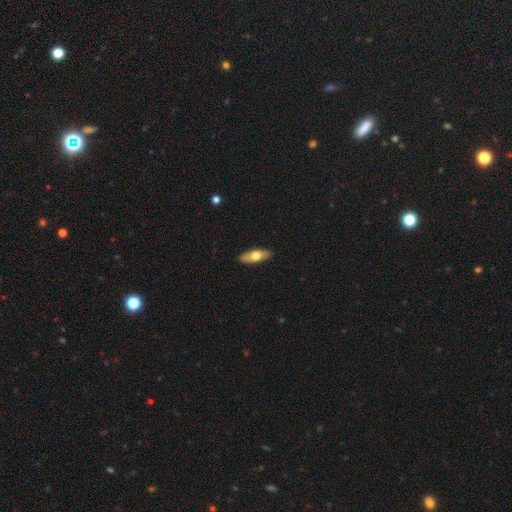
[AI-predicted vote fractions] A smooth galaxy with no disk features (65%) that is in between round and cigar-shaped (71%).

Vote fractions:
- Smooth or featured? smooth: 65% / featured or disk: 30% / star or artifact: 5%
- How rounded? in between: 71% / cigar-shaped: 26% / round: 3%
- Merging? none: 89% / minor disturbance: 9% / major disturbance: 2% / merger: 1%